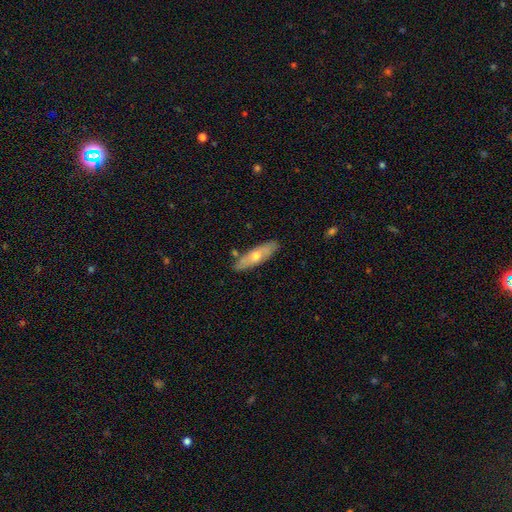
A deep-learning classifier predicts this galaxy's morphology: This is possibly a smooth galaxy (50%). How rounded: likely cigar-shaped (61%). Merging: clearly none (82%).